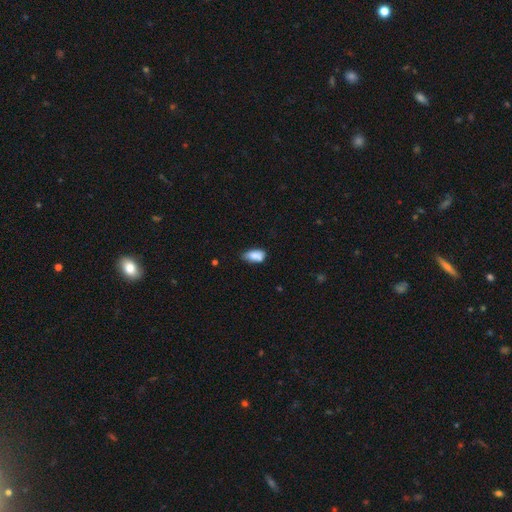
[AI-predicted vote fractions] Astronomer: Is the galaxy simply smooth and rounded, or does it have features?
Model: smooth — 82%.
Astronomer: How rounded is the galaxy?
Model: in between — 90%.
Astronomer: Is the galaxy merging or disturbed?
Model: none — 46% (runner-up: minor disturbance, 38%).